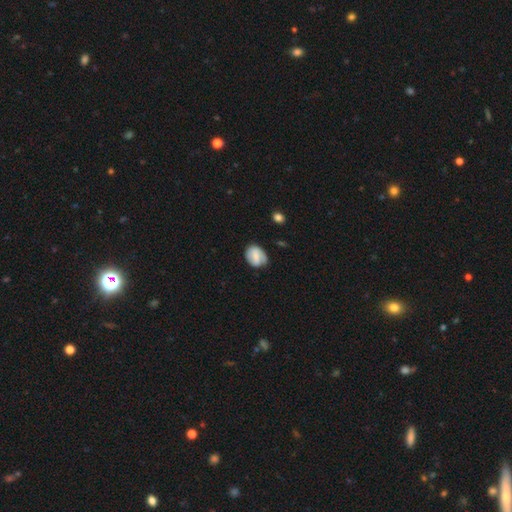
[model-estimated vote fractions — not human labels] Q: Smooth or featured?
A: smooth (55%); runner-up: featured or disk (38%)
Q: How rounded?
A: in between (55%); runner-up: round (43%)
Q: Merging?
A: none (62%); runner-up: minor disturbance (28%)